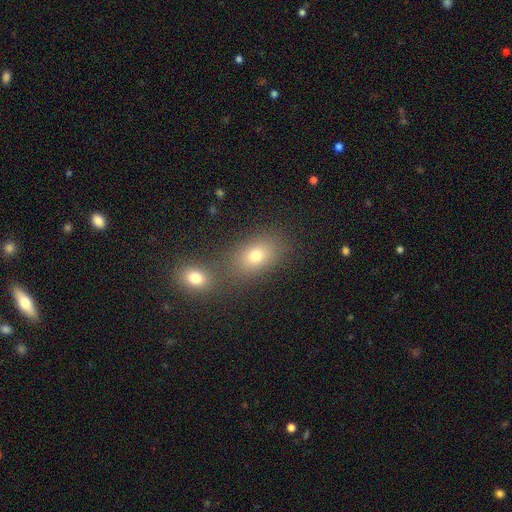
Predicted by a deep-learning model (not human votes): Smooth or featured?
  - smooth: 73% *
  - star or artifact: 14%
  - featured or disk: 12%
How rounded?
  - in between: 74% *
  - round: 24%
  - cigar-shaped: 2%
Merging?
  - none: 63% *
  - merger: 24%
  - minor disturbance: 10%
  - major disturbance: 4%